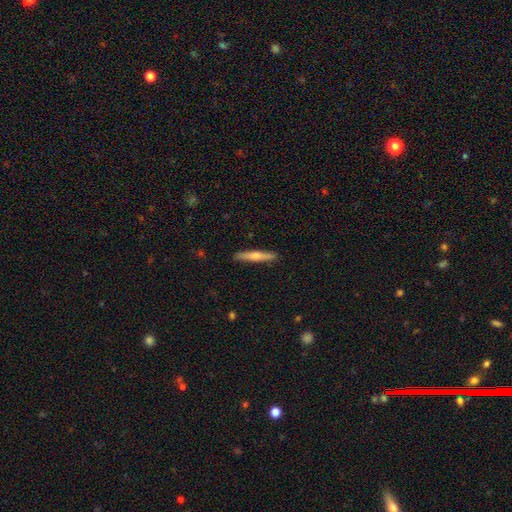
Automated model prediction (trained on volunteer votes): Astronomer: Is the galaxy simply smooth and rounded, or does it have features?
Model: featured or disk — 53% (runner-up: smooth, 40%).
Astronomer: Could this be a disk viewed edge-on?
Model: yes — 95%.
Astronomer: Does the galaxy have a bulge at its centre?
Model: rounded — 80%.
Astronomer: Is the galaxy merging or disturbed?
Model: none — 90%.